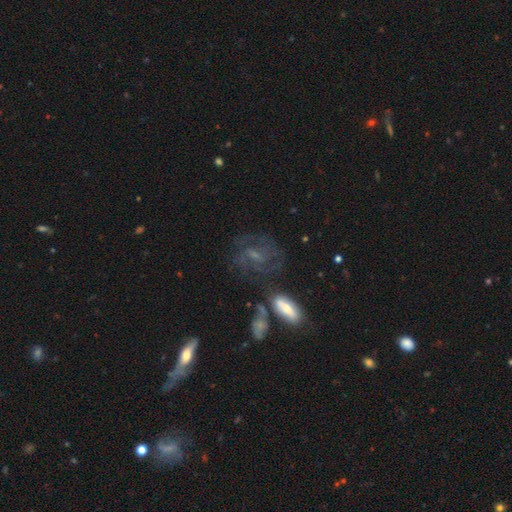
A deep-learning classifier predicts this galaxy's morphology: A featured or disk galaxy (67%) with a weak bar (45%), 2 (38%) medium (44%) spiral arms (82%) and a small central bulge (53%).

Vote fractions:
- Smooth or featured? featured or disk: 67% / smooth: 19% / star or artifact: 14%
- Edge-on disk? no: 94% / yes: 6%
- Bar? weak: 45% / no: 40% / strong: 15%
- Spiral arms? yes: 82% / no: 18%
- Spiral winding? medium: 44% / tight: 38% / loose: 18%
- Spiral arm count? 2: 38% / can't tell: 37% / 3: 12% / 4: 5% / 1: 4% / more than 4: 4%
- Bulge size? small: 53% / moderate: 24% / none: 19% / large: 3% / dominant: 1%
- Merging? none: 62% / minor disturbance: 17% / major disturbance: 14% / merger: 6%